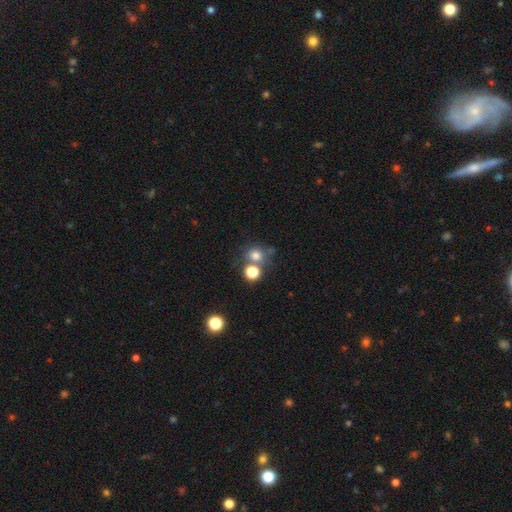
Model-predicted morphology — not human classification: Overall: smooth (75%). How rounded: round (82%). Merging: none (58%; merger 27%).